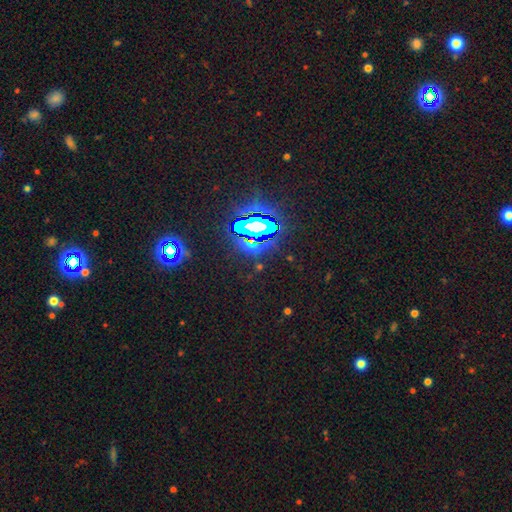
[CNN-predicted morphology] Smooth or featured? star or artifact (83%)